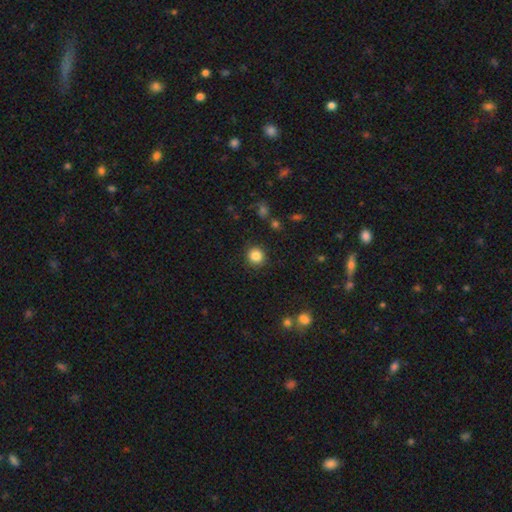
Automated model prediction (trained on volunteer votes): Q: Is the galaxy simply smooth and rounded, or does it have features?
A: smooth — 85%.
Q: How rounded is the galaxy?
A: round — 92%.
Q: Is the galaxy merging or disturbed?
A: none — 90%.